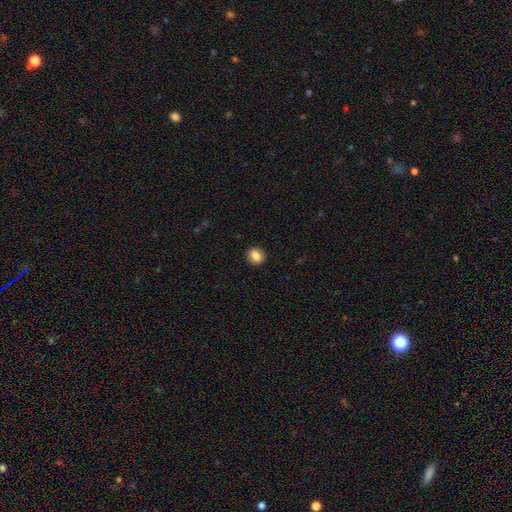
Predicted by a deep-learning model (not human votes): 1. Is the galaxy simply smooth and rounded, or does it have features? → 83% smooth, 9% star or artifact, 8% featured or disk.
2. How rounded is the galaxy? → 75% round, 24% in between, 1% cigar-shaped.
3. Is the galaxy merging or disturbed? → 90% none, 7% minor disturbance, 2% major disturbance, 1% merger.